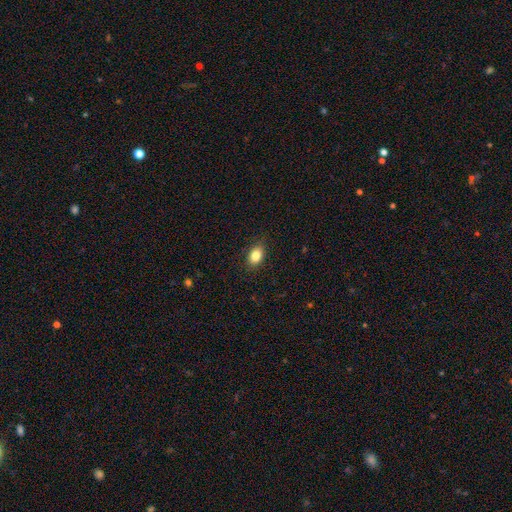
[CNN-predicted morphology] Smooth or featured: smooth — 84% (star or artifact — 9%)
How rounded: in between — 78% (round — 20%)
Merging: none — 85% (minor disturbance — 11%)